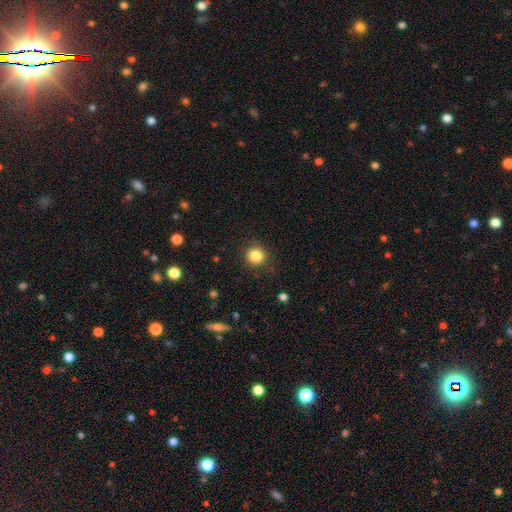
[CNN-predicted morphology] A smooth galaxy with no disk features (85%) that is round (92%). Merging: none (85%).